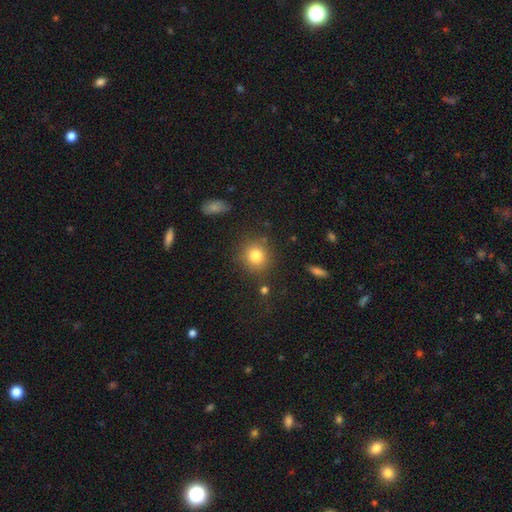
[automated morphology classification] This is clearly a smooth galaxy (81%). How rounded: clearly round (85%). Merging: clearly none (83%).